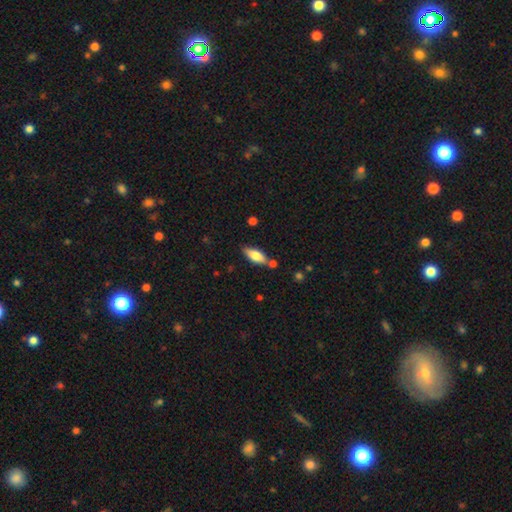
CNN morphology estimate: Smooth or featured?
  - smooth: 72% *
  - featured or disk: 21%
  - star or artifact: 6%
How rounded?
  - in between: 73% *
  - cigar-shaped: 25%
  - round: 2%
Merging?
  - none: 74% *
  - minor disturbance: 14%
  - merger: 9%
  - major disturbance: 3%